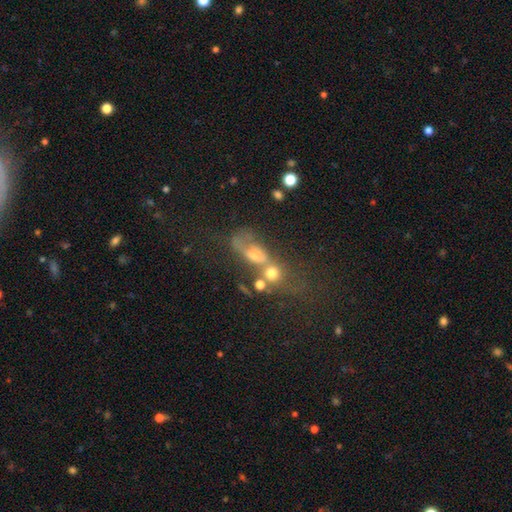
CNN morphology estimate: Smooth or featured? Predicted: smooth (p=0.40). Merging? Predicted: merger (p=0.58).